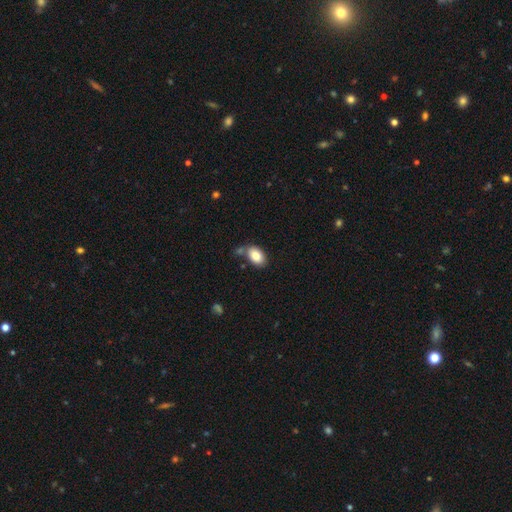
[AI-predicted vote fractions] smooth-or-featured: smooth: 85% | featured or disk: 8% | star or artifact: 7%
  how-rounded: in between: 90% | round: 9% | cigar-shaped: 1%
  merging: none: 62% | minor disturbance: 18% | merger: 15% | major disturbance: 5%